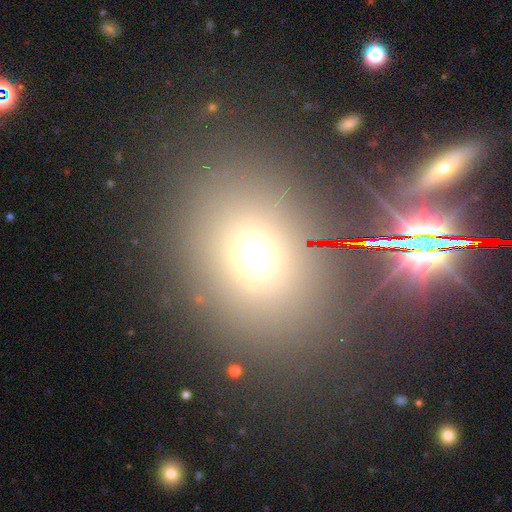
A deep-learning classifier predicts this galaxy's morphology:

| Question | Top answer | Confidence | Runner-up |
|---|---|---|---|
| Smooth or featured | smooth | 59% | star or artifact (31%) |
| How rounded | round | 52% | in between (46%) |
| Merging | none | 82% | minor disturbance (8%) |